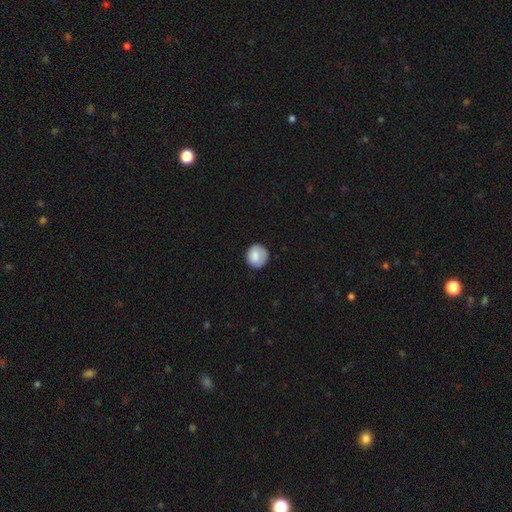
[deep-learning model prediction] Smooth or featured? smooth (83%)
How rounded? round (88%)
Merging? none (79%)